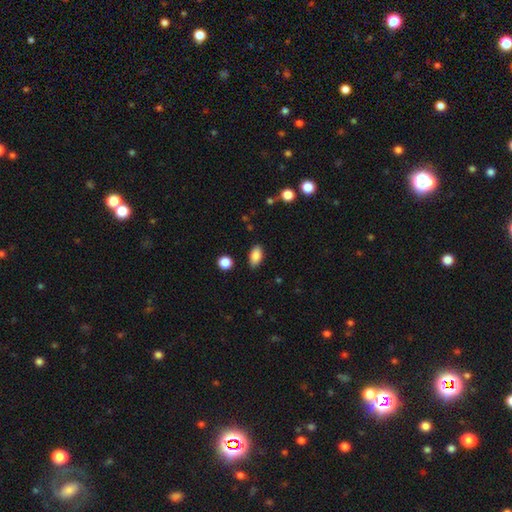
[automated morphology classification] Smooth or featured? smooth (87%)
How rounded? in between (91%)
Merging? none (86%)